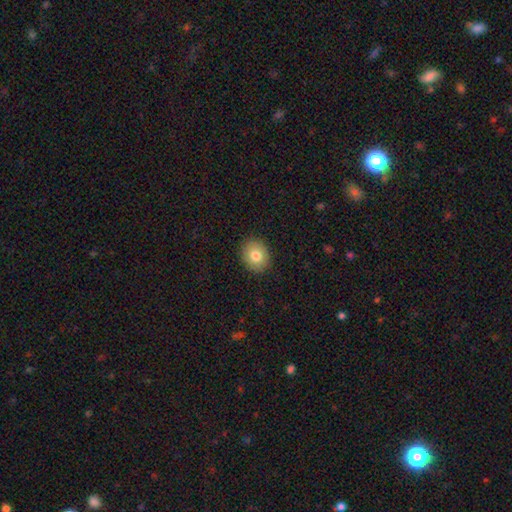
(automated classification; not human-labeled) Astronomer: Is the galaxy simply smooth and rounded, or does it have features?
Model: smooth — 81%.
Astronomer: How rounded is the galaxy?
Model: round — 62%.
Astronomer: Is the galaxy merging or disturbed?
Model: none — 90%.